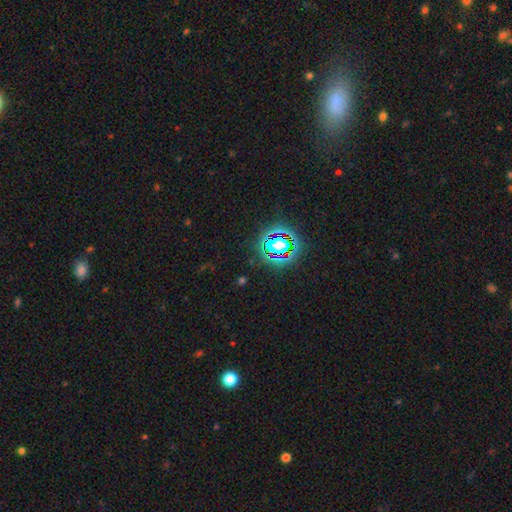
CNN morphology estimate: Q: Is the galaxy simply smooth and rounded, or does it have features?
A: star or artifact — 76%.